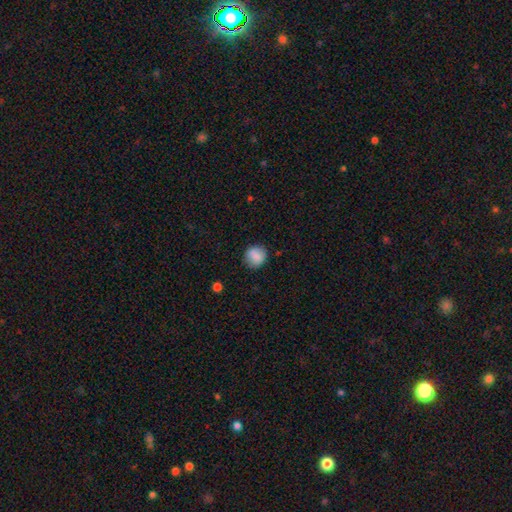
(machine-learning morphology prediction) Smooth or featured? smooth (86%)
How rounded? round (85%)
Merging? none (83%)